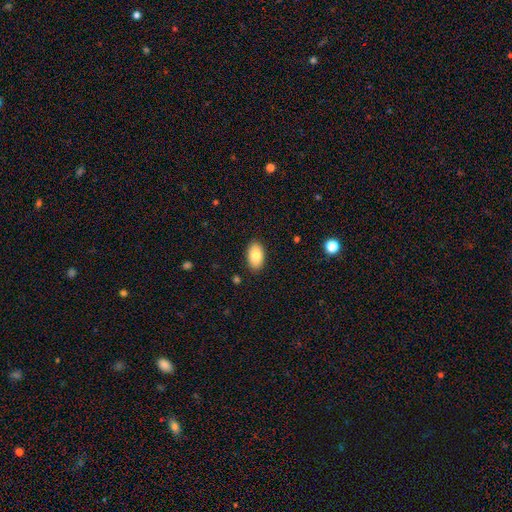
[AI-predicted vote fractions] Smooth or featured: smooth — 81% (featured or disk — 12%)
How rounded: in between — 94% (round — 5%)
Merging: none — 89% (minor disturbance — 8%)